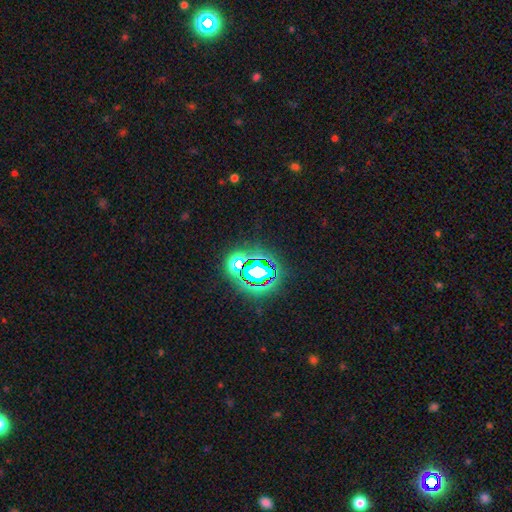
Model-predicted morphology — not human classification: Smooth or featured? star or artifact (80%)